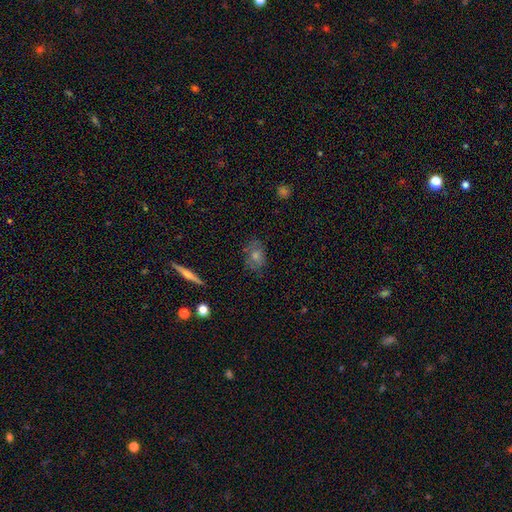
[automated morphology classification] type=smooth (48%); merging=none (79%).